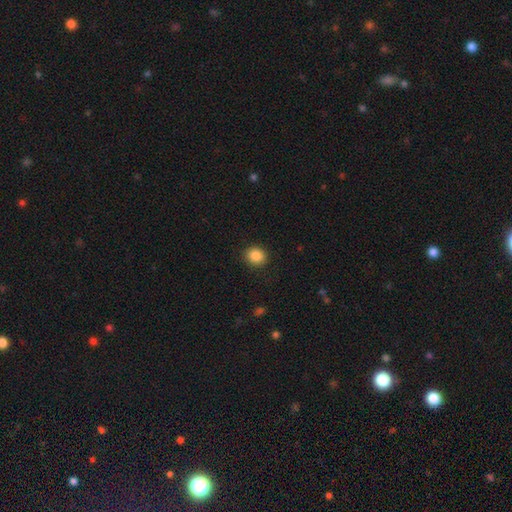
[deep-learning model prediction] Q: Smooth or featured?
A: smooth (88%); runner-up: star or artifact (9%)
Q: How rounded?
A: round (77%); runner-up: in between (22%)
Q: Merging?
A: none (90%); runner-up: minor disturbance (7%)